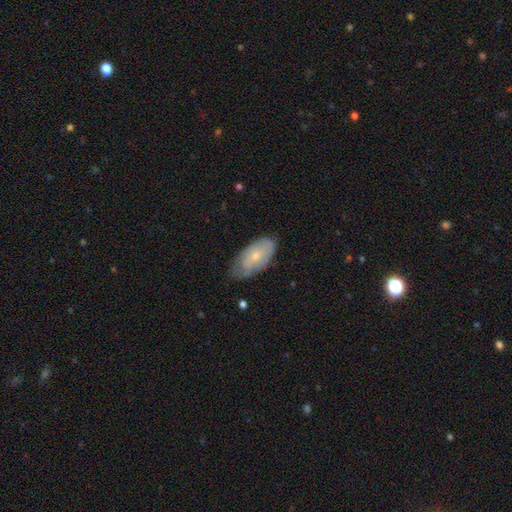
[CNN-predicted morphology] Overall: smooth (58%; featured or disk 36%). How rounded: in between (92%). Merging: none (62%; minor disturbance 31%).